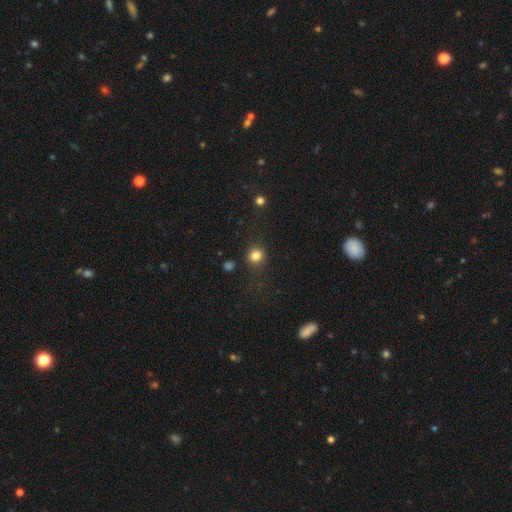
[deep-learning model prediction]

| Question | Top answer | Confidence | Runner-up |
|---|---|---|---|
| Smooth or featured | smooth | 81% | star or artifact (13%) |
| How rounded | round | 83% | in between (16%) |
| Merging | none | 83% | minor disturbance (10%) |